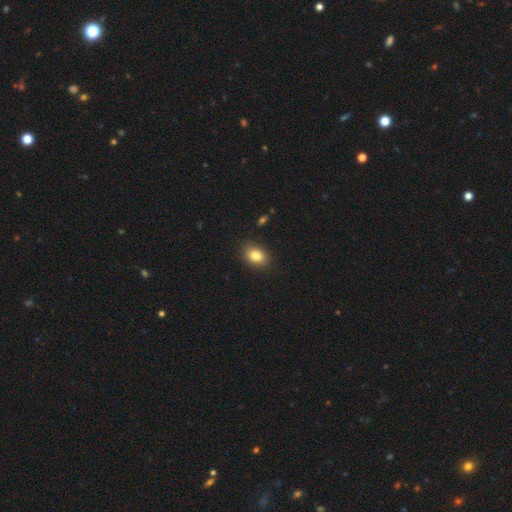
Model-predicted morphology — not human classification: smooth 84%, star or artifact 9%, featured or disk 7%. Down the decision tree: how rounded — in between (70%); merging — none (87%).